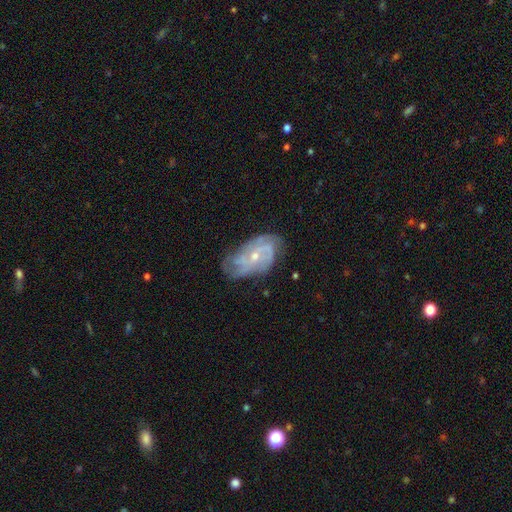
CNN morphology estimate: A featured or disk galaxy (82%) with no bar (65%), tight (51%) spiral arms (93%) and a small central bulge (63%).

Vote fractions:
- Smooth or featured? featured or disk: 82% / smooth: 11% / star or artifact: 7%
- Edge-on disk? no: 96% / yes: 4%
- Bar? no: 65% / weak: 29% / strong: 6%
- Spiral arms? yes: 93% / no: 7%
- Spiral winding? tight: 51% / medium: 37% / loose: 12%
- Spiral arm count? can't tell: 29% / 3: 25% / 2: 19% / 4: 15% / more than 4: 5% / 1: 5%
- Bulge size? small: 63% / moderate: 34% / none: 1% / large: 1% / dominant: 1%
- Merging? none: 68% / minor disturbance: 22% / major disturbance: 8% / merger: 2%